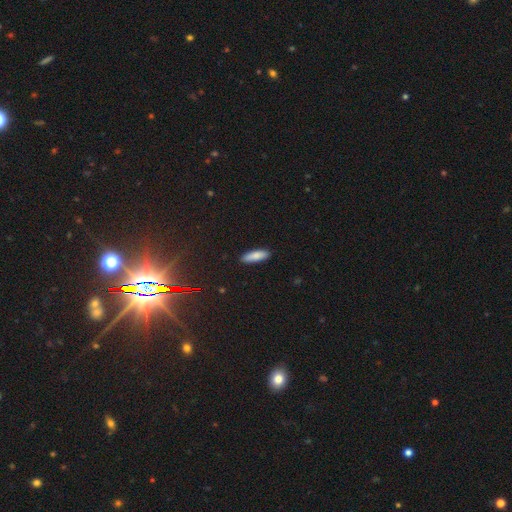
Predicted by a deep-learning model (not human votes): A smooth galaxy with no disk features (85%) that is cigar-shaped (55%). Merging: none (90%).